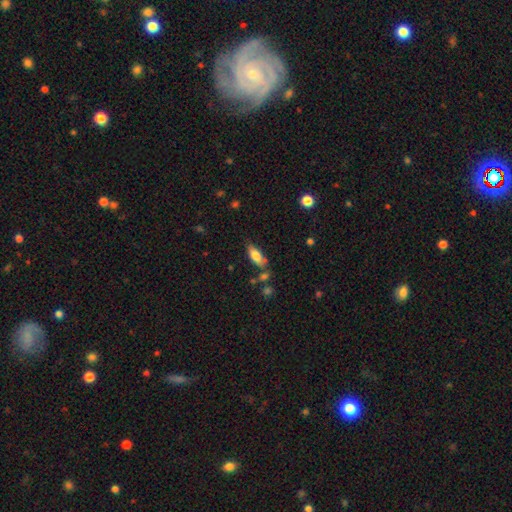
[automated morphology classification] A smooth galaxy with no disk features (74%) that is in between round and cigar-shaped (73%).

Vote fractions:
- Smooth or featured? smooth: 74% / featured or disk: 19% / star or artifact: 7%
- How rounded? in between: 73% / cigar-shaped: 24% / round: 2%
- Merging? none: 65% / minor disturbance: 20% / merger: 9% / major disturbance: 6%